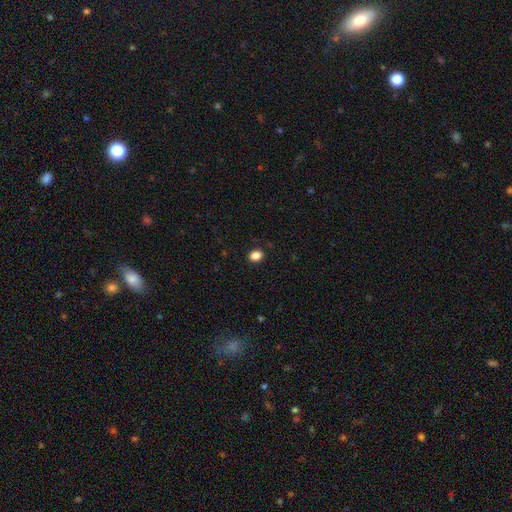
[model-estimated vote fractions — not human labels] A smooth galaxy with no disk features (86%) that is in between round and cigar-shaped (55%). Merging: none (90%).